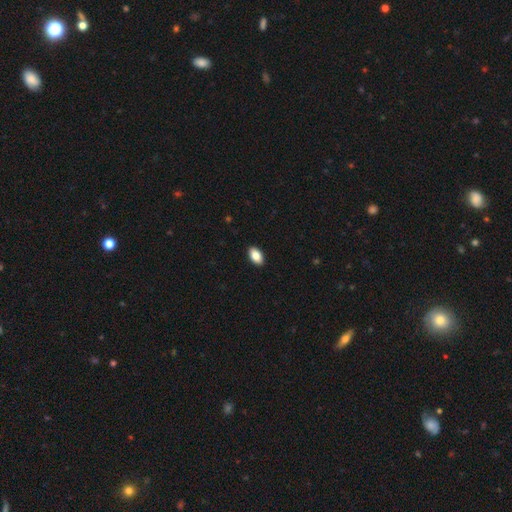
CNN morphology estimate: The model was most divided on "smooth or featured": smooth: 85%, featured or disk: 8%, star or artifact: 7%. More confident: how rounded — in between (93%); merging — none (90%).